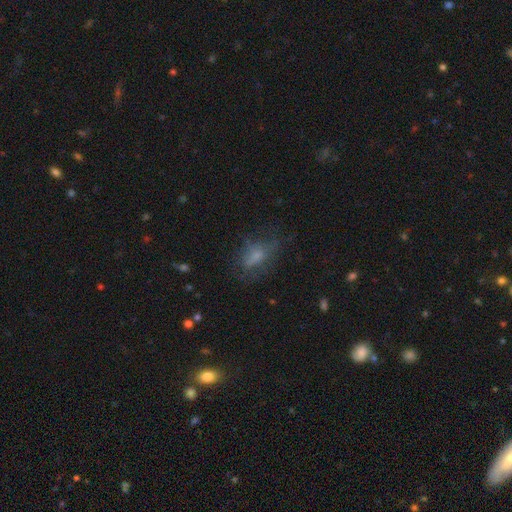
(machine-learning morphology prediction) type=smooth (59%); roundness=in between (79%); merging=none (52%).